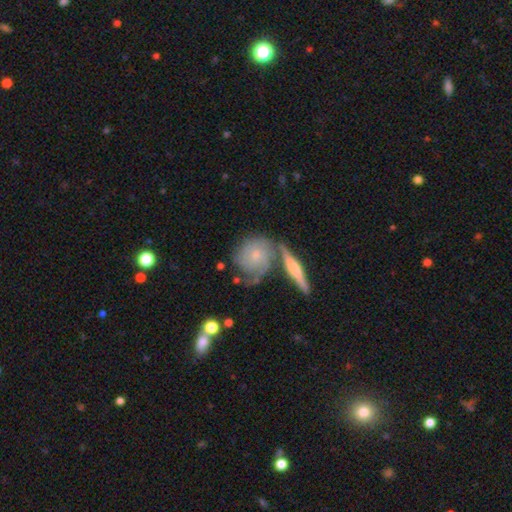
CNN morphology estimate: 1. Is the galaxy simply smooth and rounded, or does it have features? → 58% featured or disk, 36% smooth, 7% star or artifact.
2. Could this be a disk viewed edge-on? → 84% no, 16% yes.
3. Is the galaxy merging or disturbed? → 51% none, 23% merger, 17% minor disturbance, 8% major disturbance.